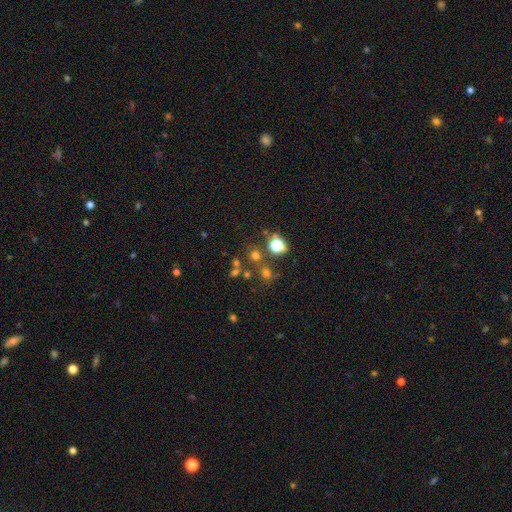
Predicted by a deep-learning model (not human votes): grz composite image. It shows a smooth galaxy with no disk features (59%) that is round (88%). Merging: none (69%).